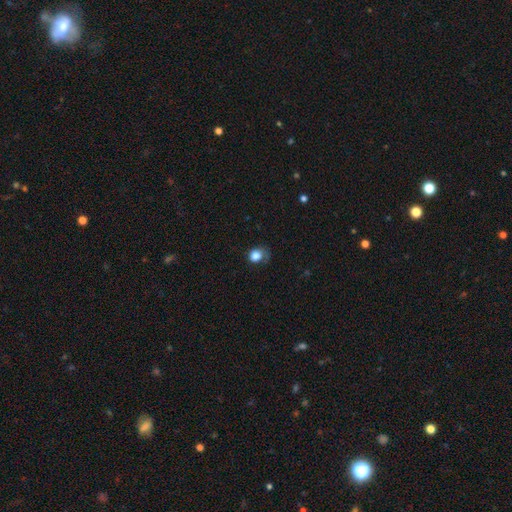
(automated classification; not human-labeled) smooth_or_featured: smooth (p=0.82) [alt: star or artifact p=0.10]
how_rounded: round (p=0.70) [alt: in between p=0.29]
merging: none (p=0.49) [alt: minor disturbance p=0.29]